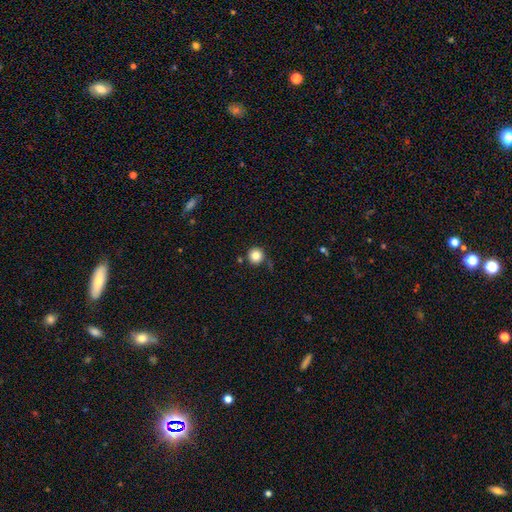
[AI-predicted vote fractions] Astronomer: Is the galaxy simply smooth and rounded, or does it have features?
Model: smooth — 84%.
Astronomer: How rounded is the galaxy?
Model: round — 95%.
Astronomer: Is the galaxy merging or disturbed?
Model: none — 84%.